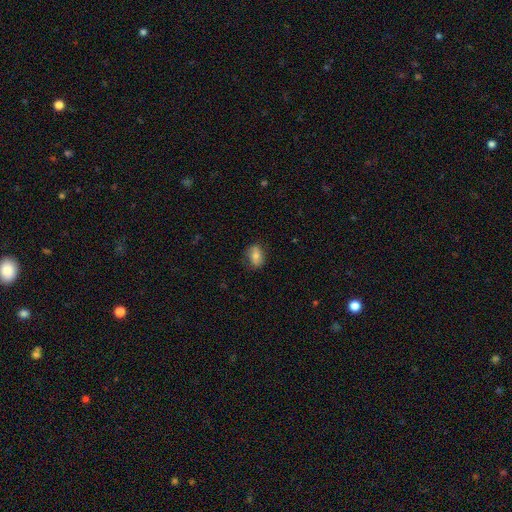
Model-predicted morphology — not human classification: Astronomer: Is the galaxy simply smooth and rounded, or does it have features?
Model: smooth — 71%.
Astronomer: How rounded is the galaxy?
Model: in between — 75%.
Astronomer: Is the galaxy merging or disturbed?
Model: none — 77%.